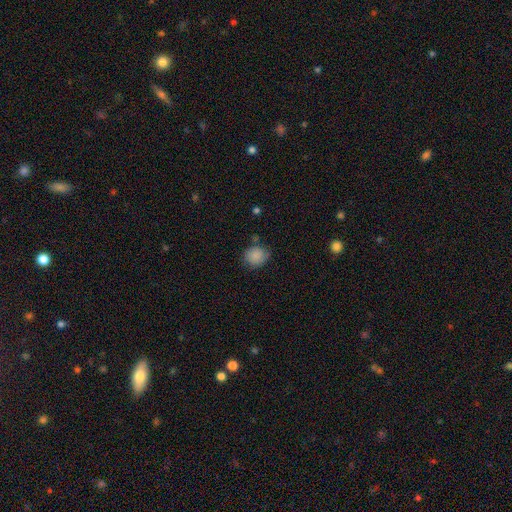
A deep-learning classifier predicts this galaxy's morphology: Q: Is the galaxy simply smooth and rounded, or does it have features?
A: smooth — 86%.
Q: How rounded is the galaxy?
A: round — 76%.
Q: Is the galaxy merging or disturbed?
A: none — 73%.